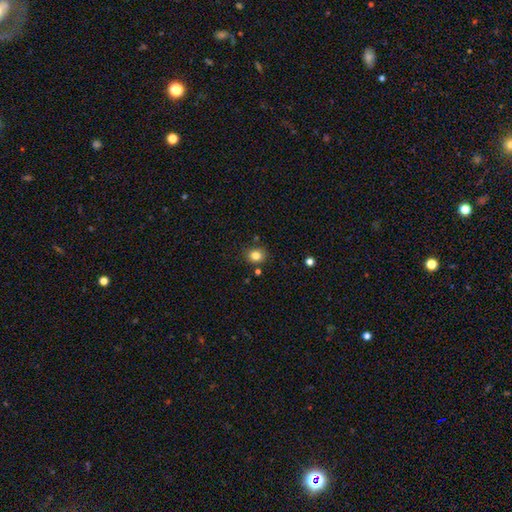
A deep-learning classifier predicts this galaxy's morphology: Smooth or featured? smooth (82%)
How rounded? round (74%)
Merging? none (83%)